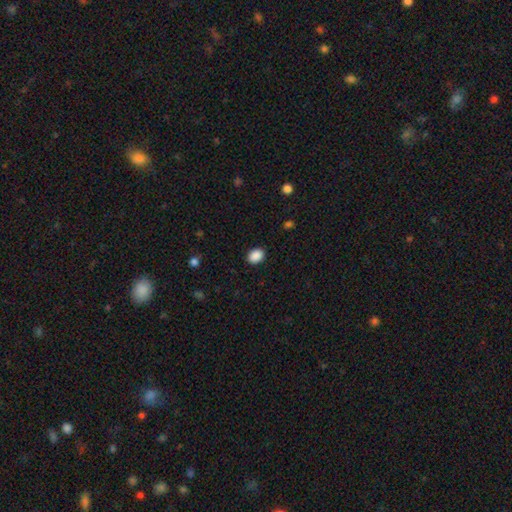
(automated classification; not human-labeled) Smooth or featured? smooth (90%)
How rounded? in between (67%)
Merging? none (89%)